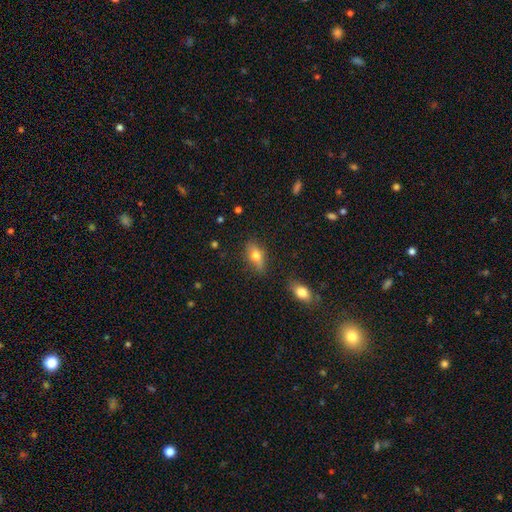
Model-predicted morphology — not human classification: Smooth or featured? Predicted: smooth (p=0.66). How rounded? Predicted: in between (p=0.77). Merging? Predicted: none (p=0.76).